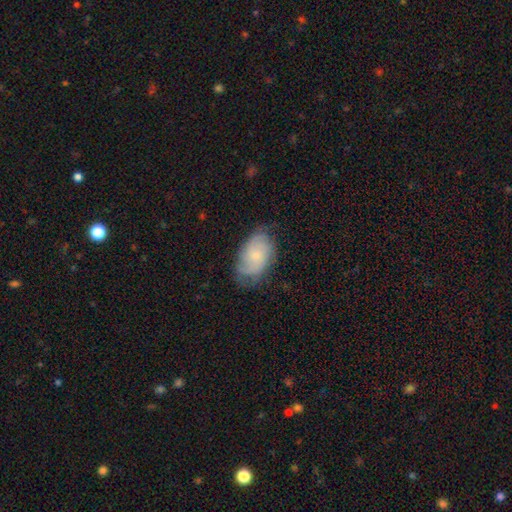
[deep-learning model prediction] Smooth or featured: featured or disk — 59% (smooth — 34%)
Edge-on disk: no — 96% (yes — 4%)
Bar: no — 76% (weak — 21%)
Spiral arms: yes — 90% (no — 10%)
Spiral winding: tight — 44% (medium — 40%)
Spiral arm count: 2 — 34% (can't tell — 32%)
Bulge size: small — 72% (moderate — 21%)
Merging: none — 67% (minor disturbance — 24%)